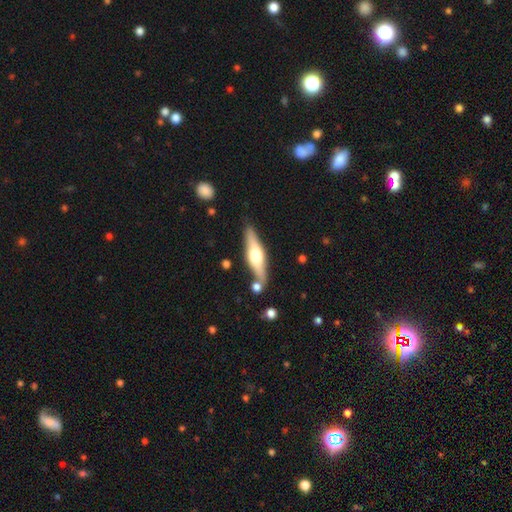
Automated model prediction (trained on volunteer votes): A featured or disk galaxy (62%) viewed edge-on (94%) with a rounded central bulge (90%).

Vote fractions:
- Smooth or featured? featured or disk: 62% / smooth: 33% / star or artifact: 5%
- Edge-on disk? yes: 94% / no: 6%
- Edge-on bulge? rounded: 90% / boxy: 7% / none: 2%
- Merging? none: 78% / minor disturbance: 12% / merger: 8% / major disturbance: 3%